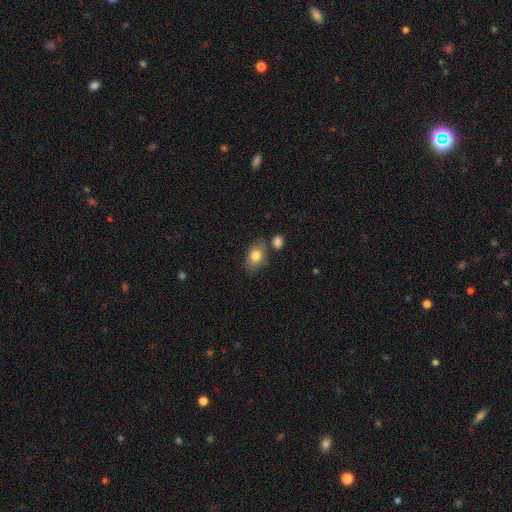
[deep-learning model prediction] Overall: smooth (80%). How rounded: in between (78%). Merging: none (69%).